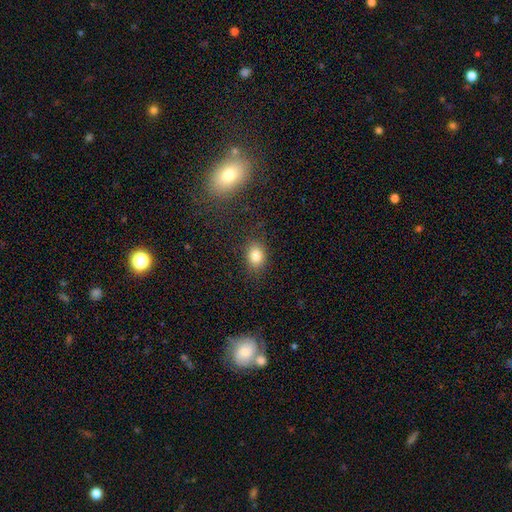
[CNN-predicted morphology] This appears to be a smooth galaxy with no disk features (82%) that is in between round and cigar-shaped (58%). Merging: none (84%).